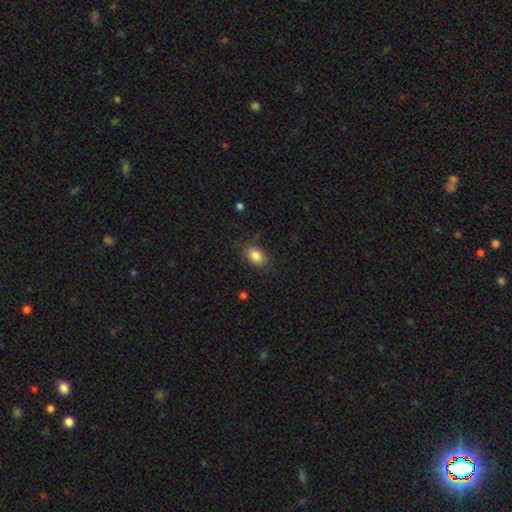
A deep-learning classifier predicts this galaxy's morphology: Smooth or featured?
  - smooth: 84% *
  - star or artifact: 8%
  - featured or disk: 7%
How rounded?
  - in between: 83% *
  - round: 16%
  - cigar-shaped: 1%
Merging?
  - none: 80% *
  - minor disturbance: 14%
  - major disturbance: 4%
  - merger: 1%